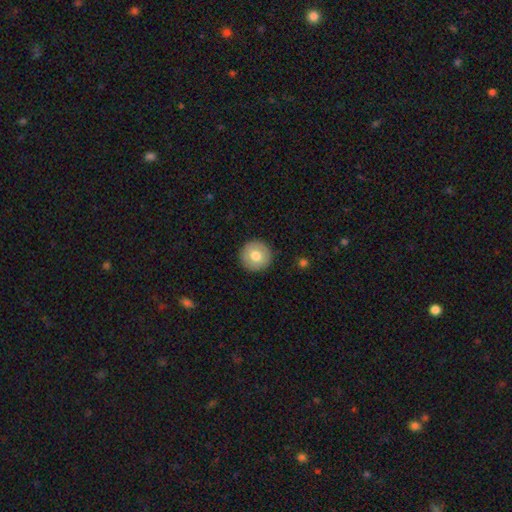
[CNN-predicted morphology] Q: Smooth or featured?
A: smooth (75%); runner-up: featured or disk (17%)
Q: How rounded?
A: round (95%); runner-up: in between (4%)
Q: Merging?
A: none (92%); runner-up: minor disturbance (5%)